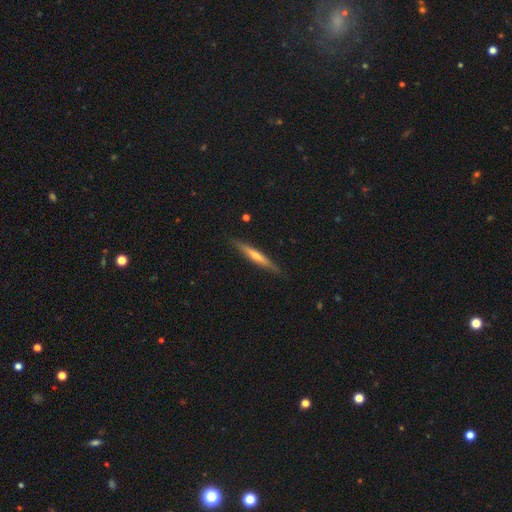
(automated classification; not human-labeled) Q: Smooth or featured?
A: featured or disk (62%); runner-up: smooth (32%)
Q: Edge-on disk?
A: yes (96%); runner-up: no (4%)
Q: Edge-on bulge?
A: rounded (66%); runner-up: none (28%)
Q: Merging?
A: none (89%); runner-up: minor disturbance (9%)